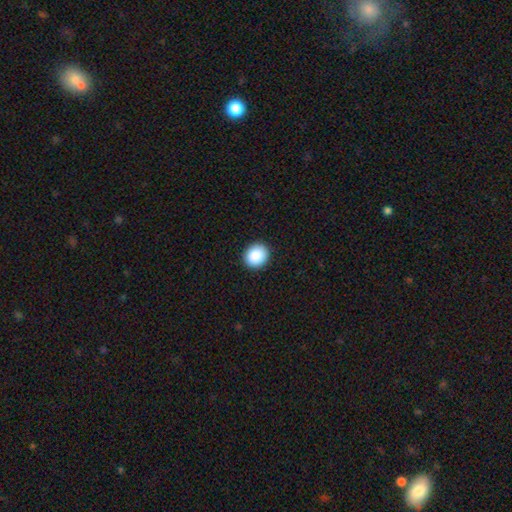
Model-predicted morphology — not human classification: Smooth or featured: smooth — 88% (star or artifact — 8%)
How rounded: round — 77% (in between — 22%)
Merging: none — 92% (minor disturbance — 6%)